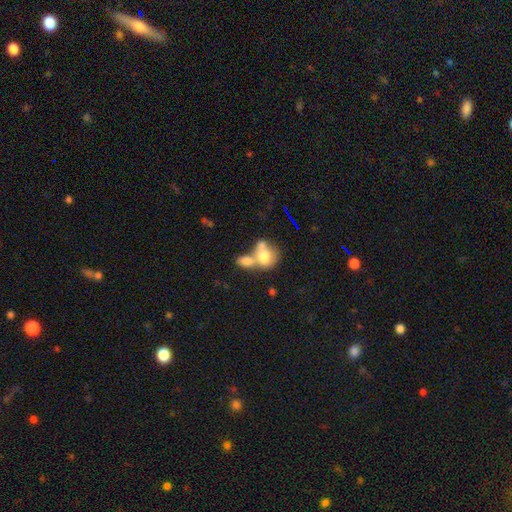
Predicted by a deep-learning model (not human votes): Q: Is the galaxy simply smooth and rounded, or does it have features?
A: smooth — 59%.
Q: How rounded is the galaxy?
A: round — 52%.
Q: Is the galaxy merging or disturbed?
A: merger — 64%.